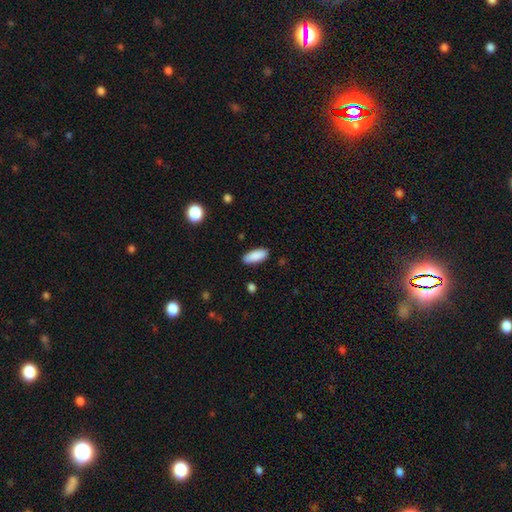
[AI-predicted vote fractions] A smooth galaxy with no disk features (89%) that is in between round and cigar-shaped (76%).

Vote fractions:
- Smooth or featured? smooth: 89% / star or artifact: 6% / featured or disk: 5%
- How rounded? in between: 76% / cigar-shaped: 23% / round: 2%
- Merging? none: 87% / minor disturbance: 10% / major disturbance: 2% / merger: 1%